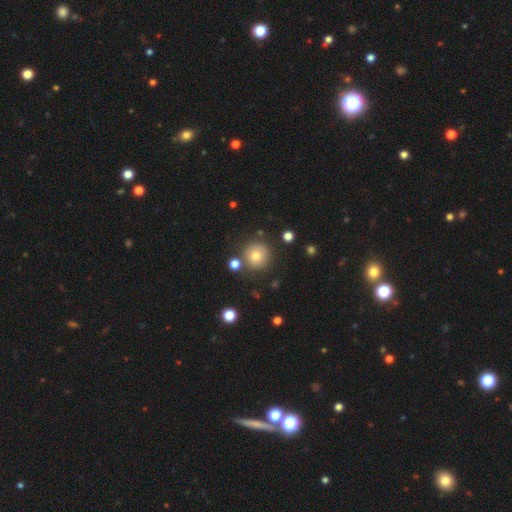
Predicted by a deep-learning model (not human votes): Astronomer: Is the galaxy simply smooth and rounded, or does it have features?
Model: smooth — 77%.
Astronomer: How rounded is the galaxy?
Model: round — 95%.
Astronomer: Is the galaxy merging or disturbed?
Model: none — 82%.